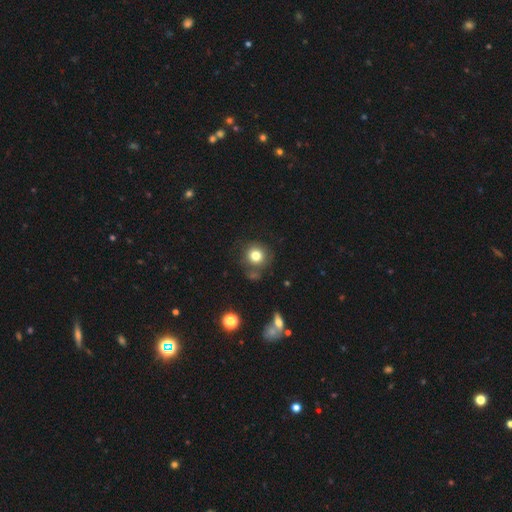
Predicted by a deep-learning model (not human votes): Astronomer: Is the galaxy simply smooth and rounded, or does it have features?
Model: smooth — 79%.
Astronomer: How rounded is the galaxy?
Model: round — 92%.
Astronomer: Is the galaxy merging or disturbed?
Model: none — 75%.